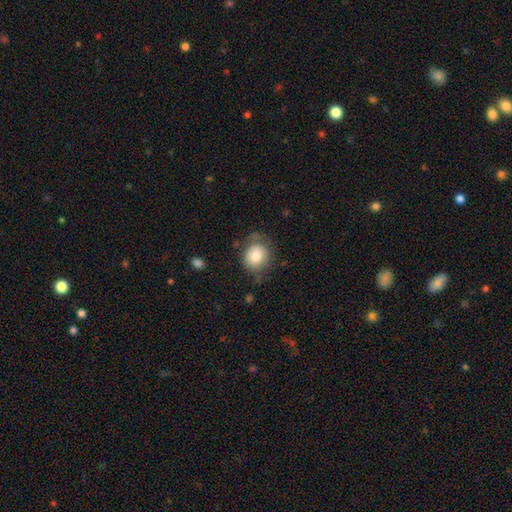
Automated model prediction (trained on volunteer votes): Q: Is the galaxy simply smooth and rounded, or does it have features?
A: smooth — 77%.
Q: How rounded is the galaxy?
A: round — 70%.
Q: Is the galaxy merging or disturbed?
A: none — 61%.